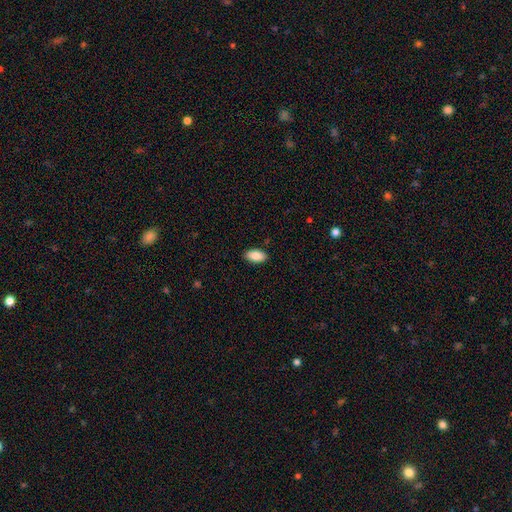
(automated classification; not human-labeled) Overall: smooth (87%). How rounded: in between (94%). Merging: none (89%).